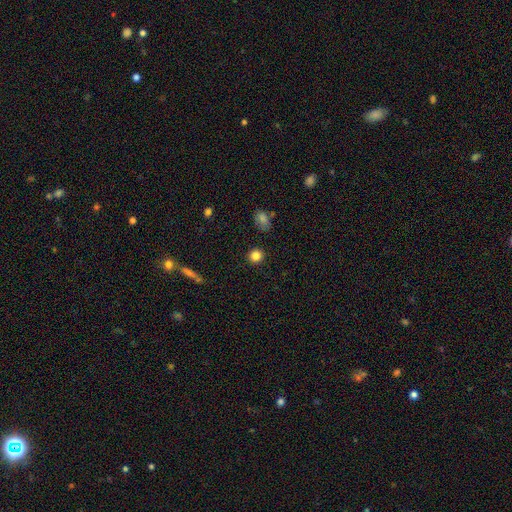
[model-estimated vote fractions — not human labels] Q: Smooth or featured?
A: smooth (84%); runner-up: star or artifact (11%)
Q: How rounded?
A: round (89%); runner-up: in between (10%)
Q: Merging?
A: none (90%); runner-up: minor disturbance (6%)